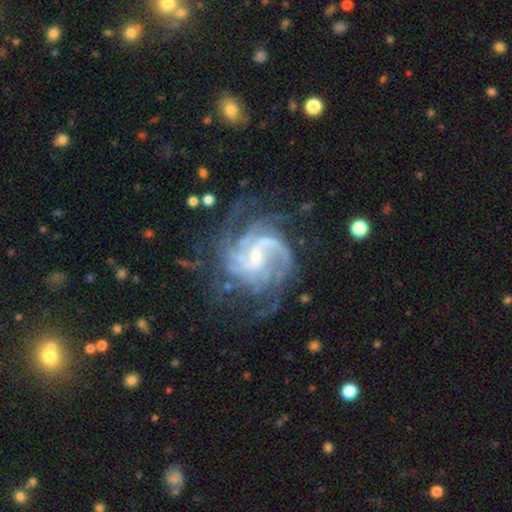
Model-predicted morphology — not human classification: smooth-or-featured: featured or disk: 90% | star or artifact: 6% | smooth: 4%
  disk-edge-on: no: 98% | yes: 2%
    bar: weak: 46% | no: 40% | strong: 14%
    has-spiral-arms: yes: 98% | no: 2%
      spiral-winding: medium: 45% | tight: 40% | loose: 15%
      spiral-arm-count: 2: 26% | can't tell: 21% | 3: 21% | 4: 15% | more than 4: 9% | 1: 8%
    bulge-size: small: 66% | moderate: 25% | none: 6% | large: 2% | dominant: 1%
  merging: none: 64% | minor disturbance: 18% | major disturbance: 16% | merger: 2%